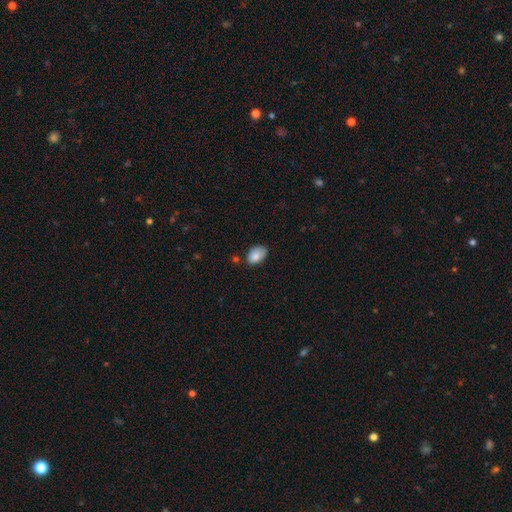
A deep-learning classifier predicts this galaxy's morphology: Smooth or featured? Predicted: smooth (p=0.84). How rounded? Predicted: in between (p=0.87). Merging? Predicted: none (p=0.60).